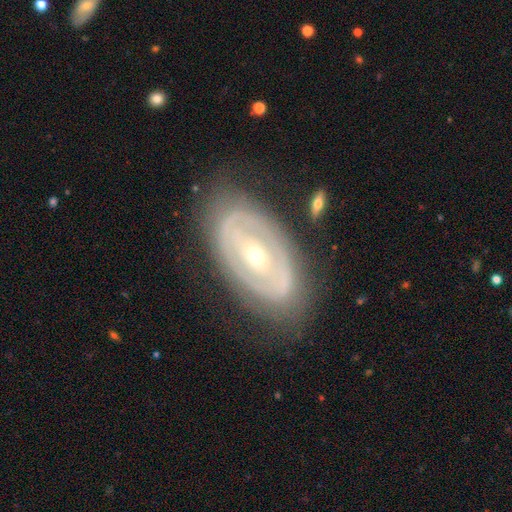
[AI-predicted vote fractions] Morphology: type=featured or disk (78%); edge-on=no (94%); bar=no (52%); spiral arms=yes (51%); bulge=small (65%); merging=none (76%).